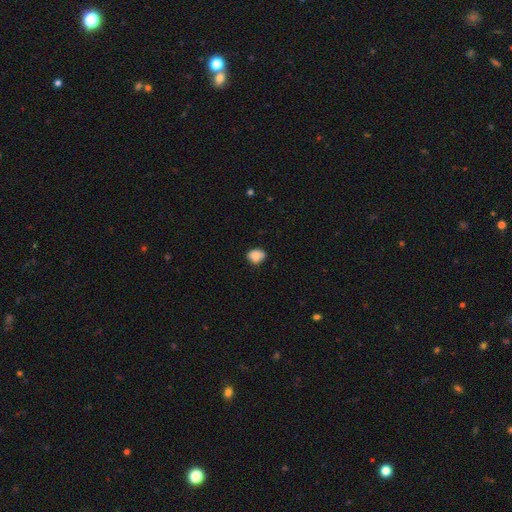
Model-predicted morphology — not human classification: This is clearly a smooth galaxy (85%). How rounded: possibly in between (54%). Merging: likely none (66%).